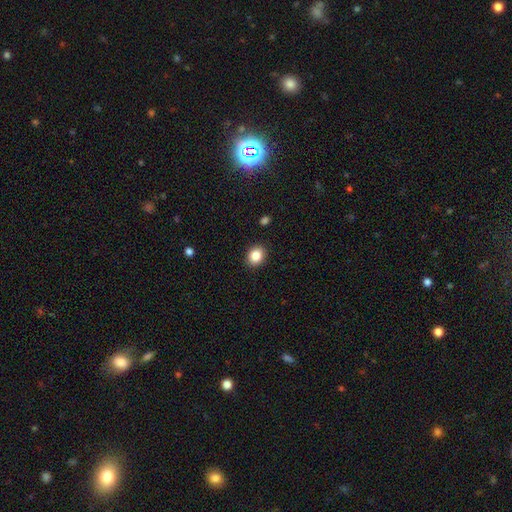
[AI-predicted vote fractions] Overall: smooth (86%). How rounded: round (55%; in between 44%). Merging: none (90%).